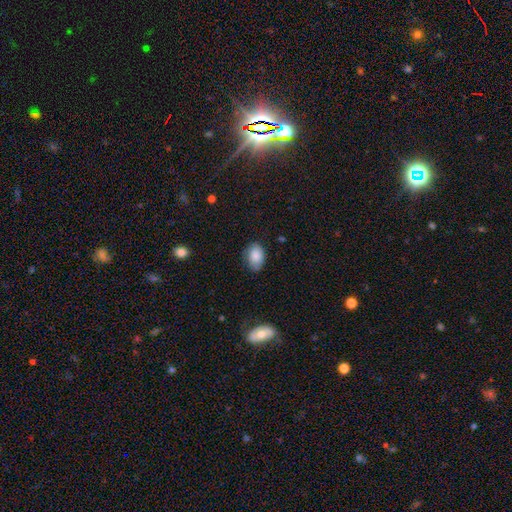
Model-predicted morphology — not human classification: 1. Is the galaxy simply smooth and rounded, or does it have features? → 85% smooth, 8% star or artifact, 7% featured or disk.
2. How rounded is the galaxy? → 85% in between, 14% round, 1% cigar-shaped.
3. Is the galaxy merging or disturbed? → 73% none, 22% minor disturbance, 4% major disturbance, 1% merger.